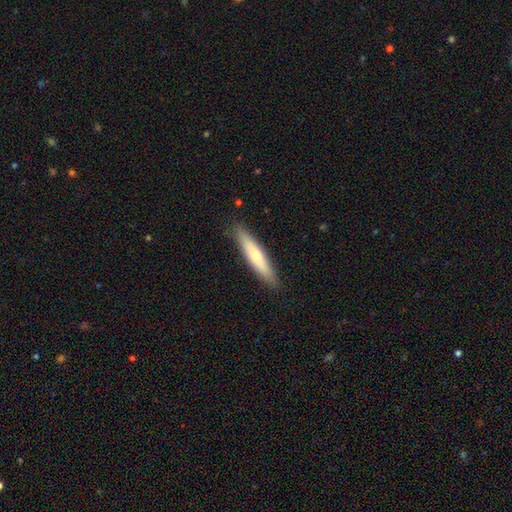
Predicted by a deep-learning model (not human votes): This is possibly a smooth galaxy (59%). How rounded: clearly cigar-shaped (87%). Merging: clearly none (88%).